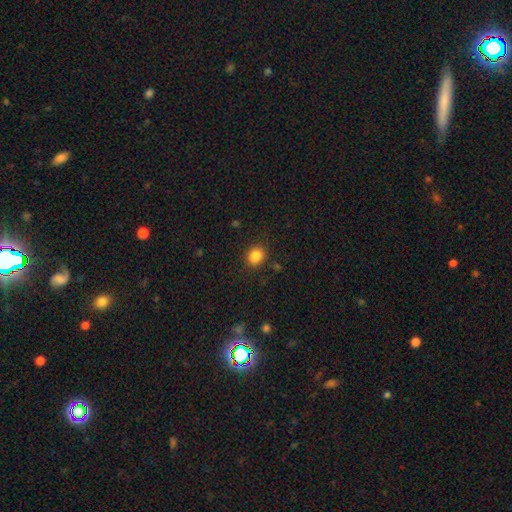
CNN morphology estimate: This is clearly a smooth galaxy (85%). How rounded: likely round (65%). Merging: clearly none (87%).